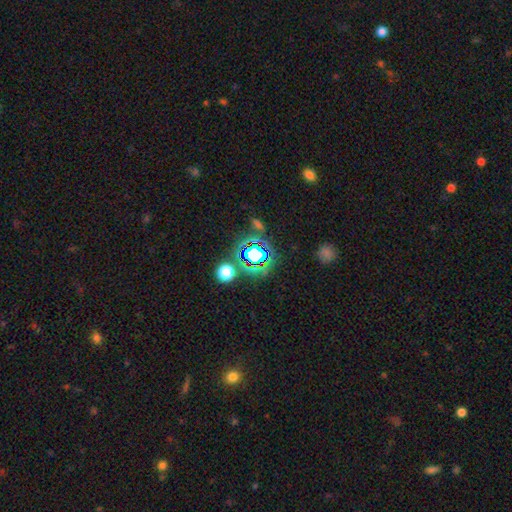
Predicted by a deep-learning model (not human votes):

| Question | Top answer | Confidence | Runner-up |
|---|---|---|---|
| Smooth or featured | star or artifact | 64% | smooth (24%) |